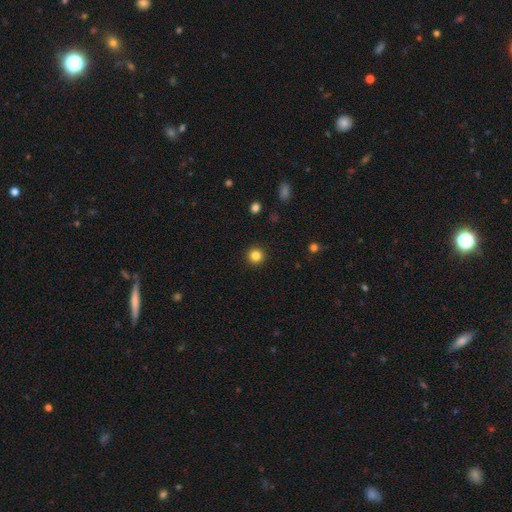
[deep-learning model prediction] Morphology: type=smooth (83%); roundness=round (95%); merging=none (93%).